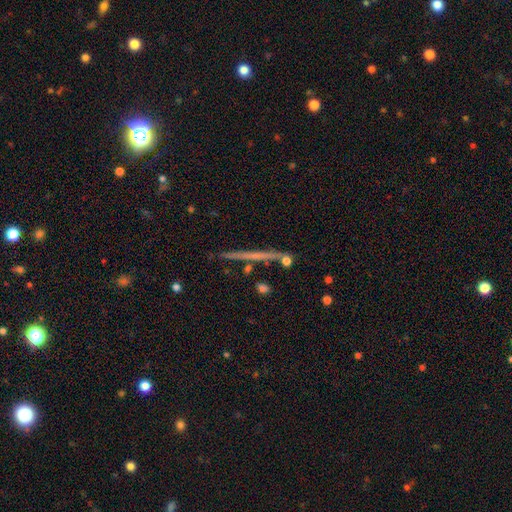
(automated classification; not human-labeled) featured or disk 57%, smooth 35%, star or artifact 8%. Down the decision tree: edge-on disk — yes (97%); edge-on bulge — none (88%); merging — none (88%).